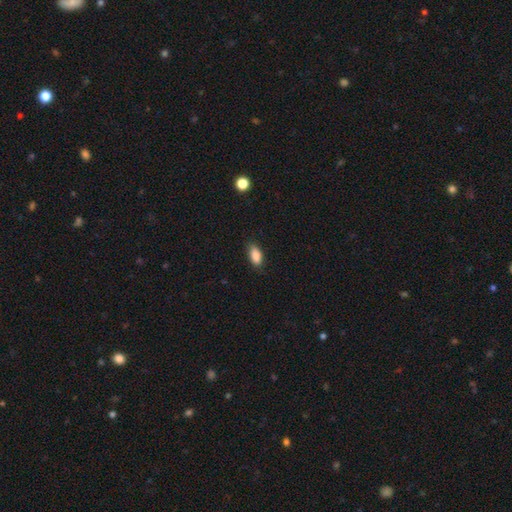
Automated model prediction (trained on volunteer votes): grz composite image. It shows a smooth galaxy with no disk features (89%) that is in between round and cigar-shaped (90%). Merging: none (80%).